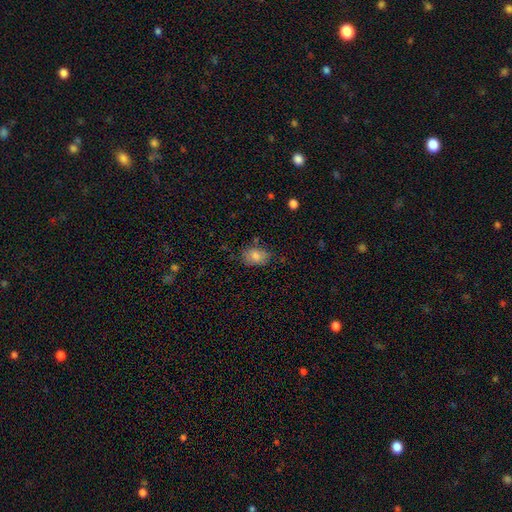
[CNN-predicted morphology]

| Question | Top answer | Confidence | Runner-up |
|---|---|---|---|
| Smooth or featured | smooth | 77% | featured or disk (12%) |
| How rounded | in between | 78% | round (21%) |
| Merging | none | 76% | minor disturbance (18%) |